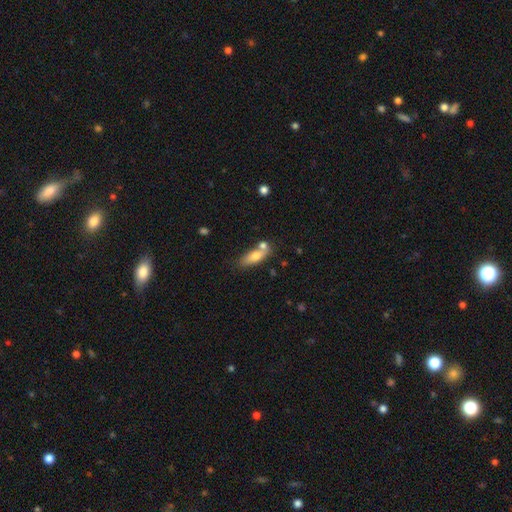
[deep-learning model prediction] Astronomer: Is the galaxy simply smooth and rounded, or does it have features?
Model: smooth — 70%.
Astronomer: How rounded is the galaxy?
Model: in between — 61%.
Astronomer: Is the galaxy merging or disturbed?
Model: none — 52% (runner-up: merger, 28%).